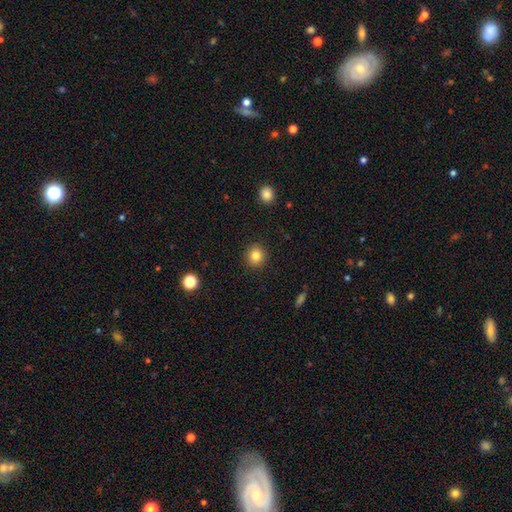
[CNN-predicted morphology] The model was most divided on "smooth or featured": smooth: 83%, star or artifact: 11%, featured or disk: 7%. More confident: merging — none (91%); how rounded — round (90%).